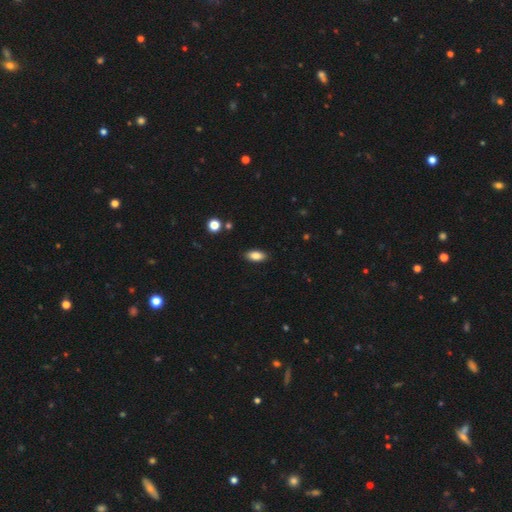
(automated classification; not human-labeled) Morphology: type=smooth (84%); roundness=in between (89%); merging=none (88%).